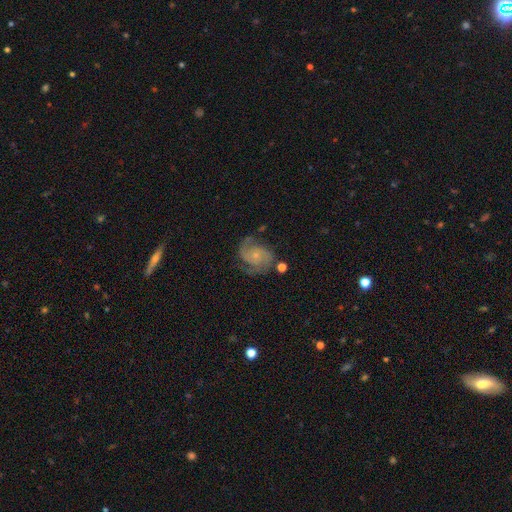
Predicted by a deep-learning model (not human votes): This appears to be a featured or disk galaxy (84%) with no bar (73%), 2 (72%) medium (50%) spiral arms (96%) and a small central bulge (76%). Merging: none (67%).